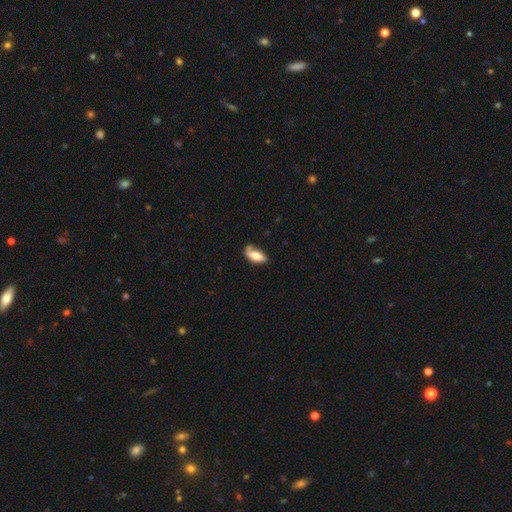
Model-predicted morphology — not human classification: Smooth or featured? Predicted: smooth (p=0.74). How rounded? Predicted: in between (p=0.82). Merging? Predicted: none (p=0.50).